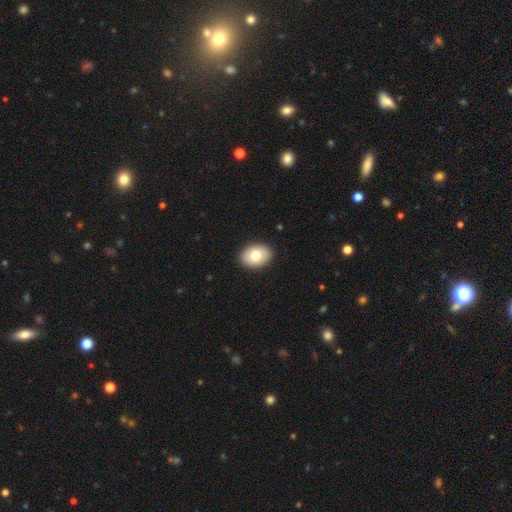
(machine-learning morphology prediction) smooth 77%, featured or disk 16%, star or artifact 7%. Down the decision tree: how rounded — in between (76%); merging — none (91%).